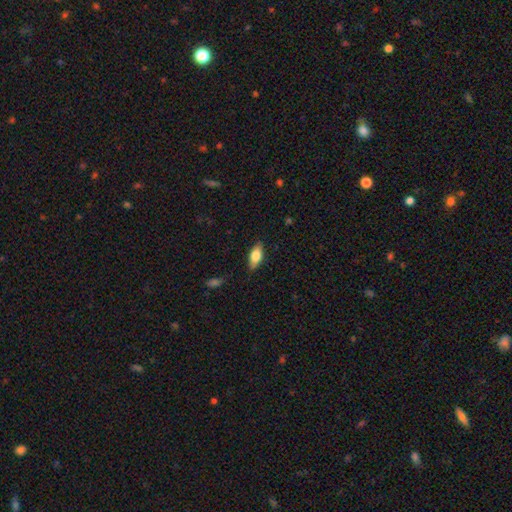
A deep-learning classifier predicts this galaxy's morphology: Smooth or featured?
  - smooth: 74% *
  - featured or disk: 20%
  - star or artifact: 7%
How rounded?
  - in between: 83% *
  - cigar-shaped: 13%
  - round: 3%
Merging?
  - none: 83% *
  - minor disturbance: 13%
  - major disturbance: 3%
  - merger: 1%